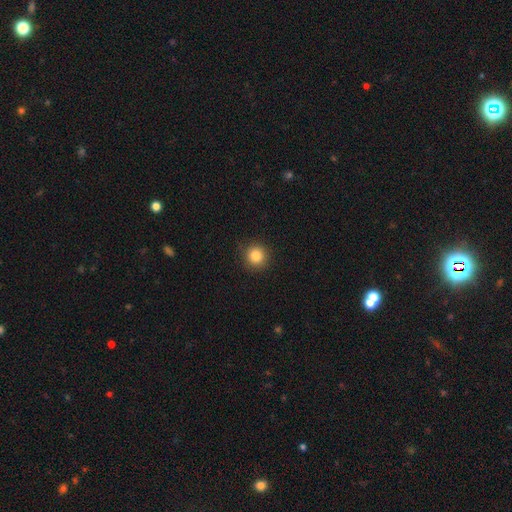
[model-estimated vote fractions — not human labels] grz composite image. It shows a smooth galaxy with no disk features (83%) that is round (94%). Merging: none (90%).